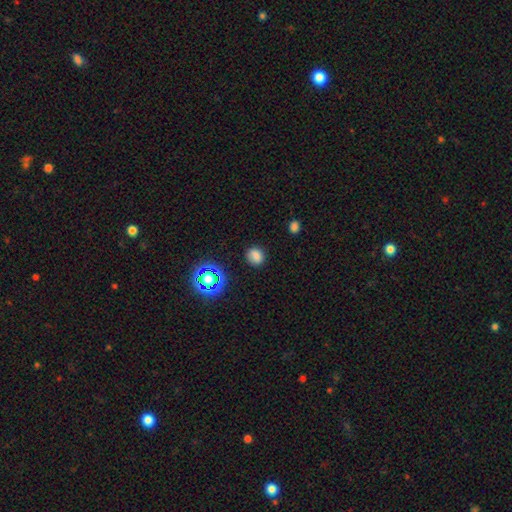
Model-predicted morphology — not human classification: Smooth or featured?
  - smooth: 77% *
  - star or artifact: 17%
  - featured or disk: 7%
How rounded?
  - round: 67% *
  - in between: 32%
  - cigar-shaped: 1%
Merging?
  - none: 85% *
  - minor disturbance: 10%
  - major disturbance: 3%
  - merger: 2%